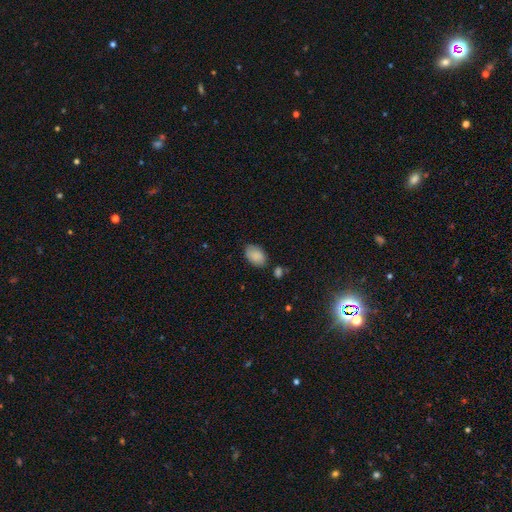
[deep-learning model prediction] A smooth galaxy with no disk features (87%) that is in between round and cigar-shaped (90%).

Vote fractions:
- Smooth or featured? smooth: 87% / star or artifact: 7% / featured or disk: 6%
- How rounded? in between: 90% / round: 8% / cigar-shaped: 1%
- Merging? none: 75% / minor disturbance: 18% / merger: 4% / major disturbance: 4%